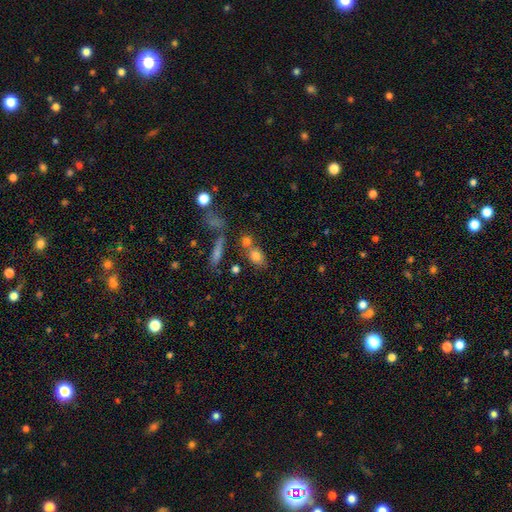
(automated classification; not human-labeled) Smooth or featured: smooth — 76% (star or artifact — 12%)
How rounded: in between — 65% (round — 26%)
Merging: none — 54% (merger — 27%)